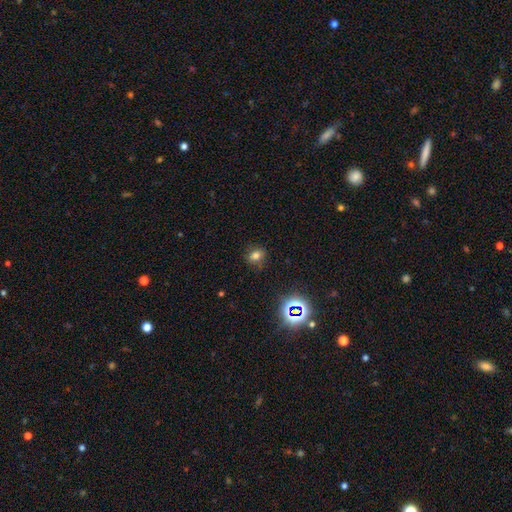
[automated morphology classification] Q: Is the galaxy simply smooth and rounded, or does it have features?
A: smooth — 71%.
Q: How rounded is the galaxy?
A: round — 51%.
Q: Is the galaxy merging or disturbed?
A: none — 80%.